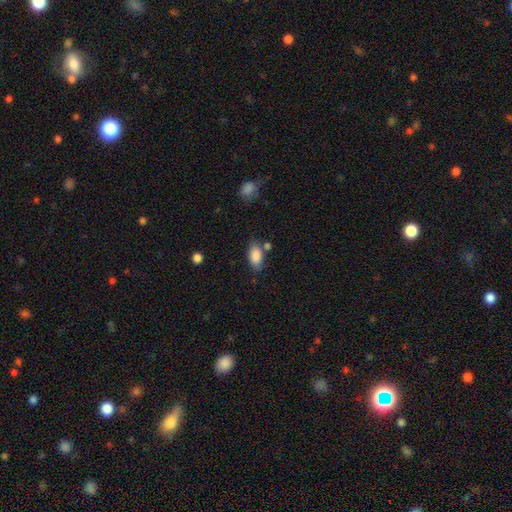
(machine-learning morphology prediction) A smooth galaxy with no disk features (87%) that is in between round and cigar-shaped (91%). Merging: none (69%).